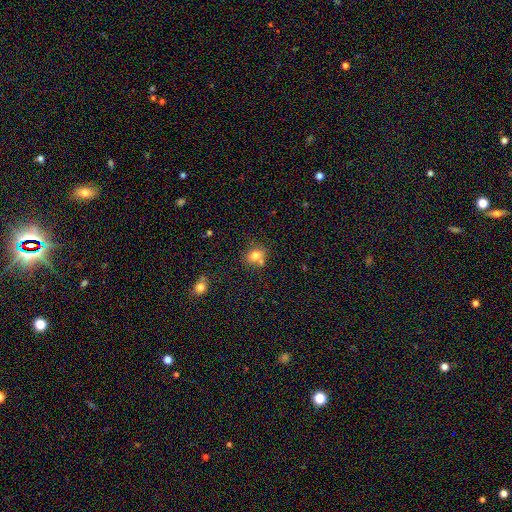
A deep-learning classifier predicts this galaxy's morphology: The model was most divided on "how rounded": round: 56%, in between: 43%, cigar-shaped: 1%. More confident: smooth or featured — smooth (75%); merging — none (56%).